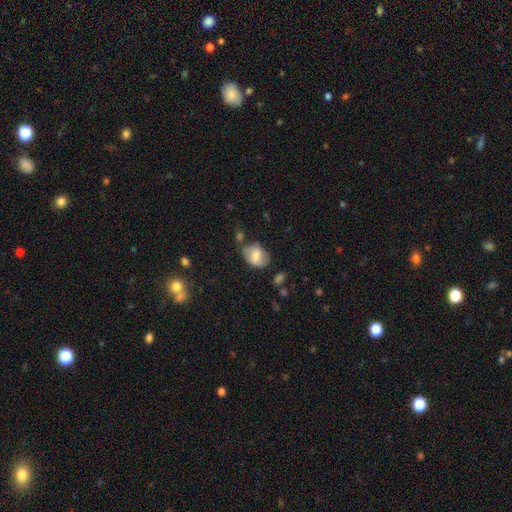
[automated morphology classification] Smooth or featured? Predicted: smooth (p=0.72). How rounded? Predicted: in between (p=0.72). Merging? Predicted: none (p=0.55).